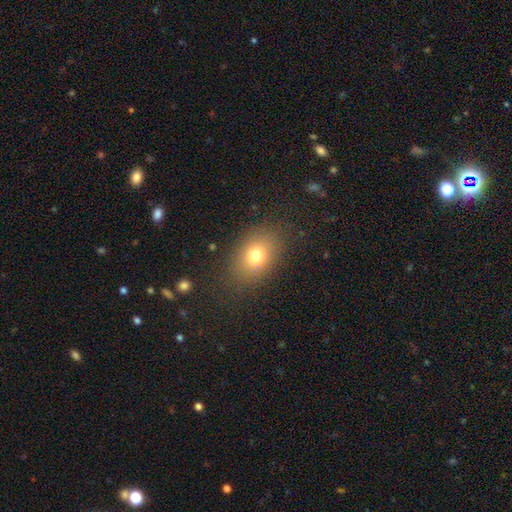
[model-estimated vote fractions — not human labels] Smooth or featured: smooth — 75% (star or artifact — 13%)
How rounded: in between — 73% (round — 25%)
Merging: none — 82% (minor disturbance — 11%)